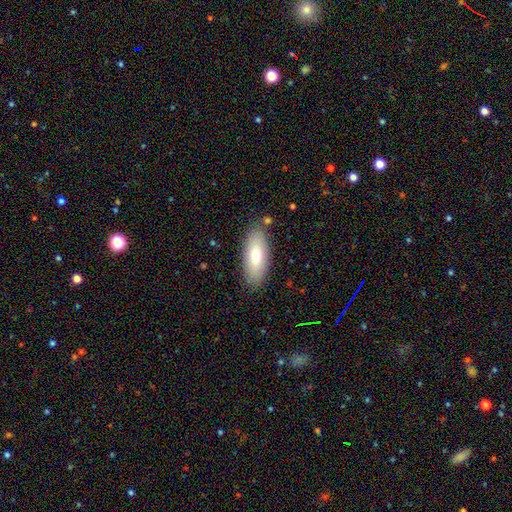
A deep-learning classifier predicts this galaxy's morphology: A smooth galaxy with no disk features (72%) that is in between round and cigar-shaped (78%).

Vote fractions:
- Smooth or featured? smooth: 72% / featured or disk: 21% / star or artifact: 7%
- How rounded? in between: 78% / cigar-shaped: 20% / round: 2%
- Merging? none: 85% / minor disturbance: 10% / merger: 2% / major disturbance: 2%